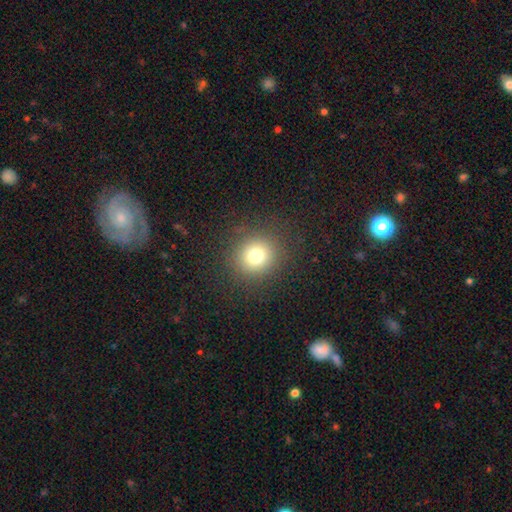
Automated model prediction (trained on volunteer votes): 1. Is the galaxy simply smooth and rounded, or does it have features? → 75% smooth, 16% star or artifact, 9% featured or disk.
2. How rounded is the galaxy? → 90% round, 9% in between, 1% cigar-shaped.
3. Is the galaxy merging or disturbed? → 89% none, 7% minor disturbance, 4% major disturbance, 1% merger.